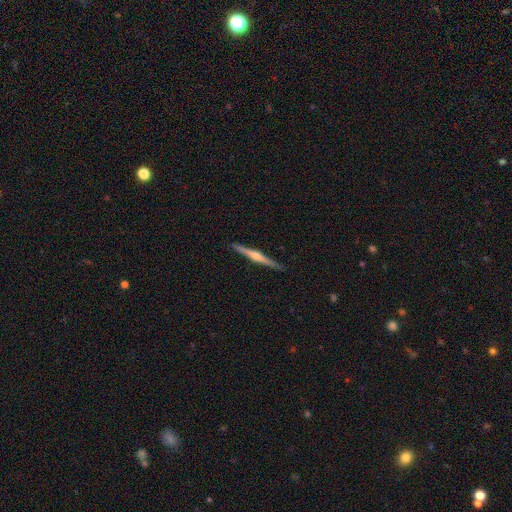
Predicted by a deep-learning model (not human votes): A featured or disk galaxy (76%) viewed edge-on (98%) with a rounded central bulge (88%).

Vote fractions:
- Smooth or featured? featured or disk: 76% / smooth: 19% / star or artifact: 5%
- Edge-on disk? yes: 98% / no: 2%
- Edge-on bulge? rounded: 88% / none: 7% / boxy: 5%
- Merging? none: 91% / minor disturbance: 6% / major disturbance: 1% / merger: 1%